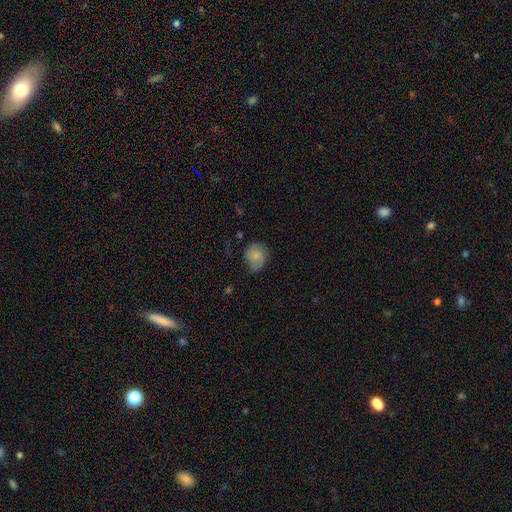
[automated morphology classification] smooth_or_featured: smooth (p=0.68) [alt: featured or disk p=0.24]
how_rounded: round (p=0.70) [alt: in between p=0.29]
merging: none (p=0.53) [alt: minor disturbance p=0.34]